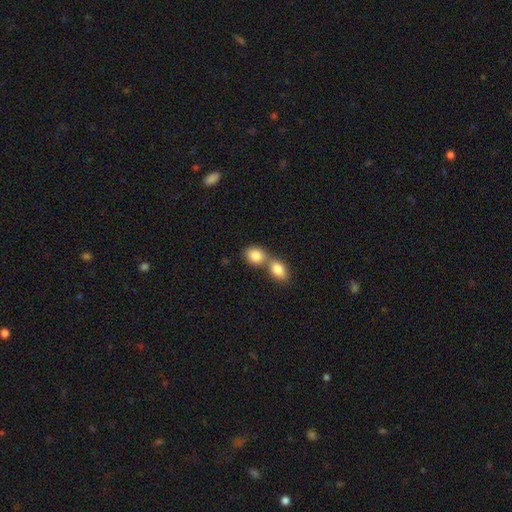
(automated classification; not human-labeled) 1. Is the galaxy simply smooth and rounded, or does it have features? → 84% smooth, 8% featured or disk, 8% star or artifact.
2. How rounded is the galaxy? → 52% round, 46% in between, 1% cigar-shaped.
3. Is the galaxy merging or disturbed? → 61% merger, 31% none, 6% minor disturbance, 2% major disturbance.